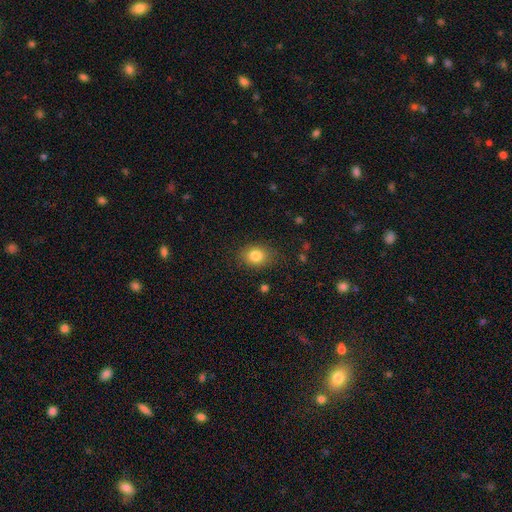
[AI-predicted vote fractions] Smooth or featured? Predicted: smooth (p=0.83). How rounded? Predicted: in between (p=0.53). Merging? Predicted: none (p=0.84).